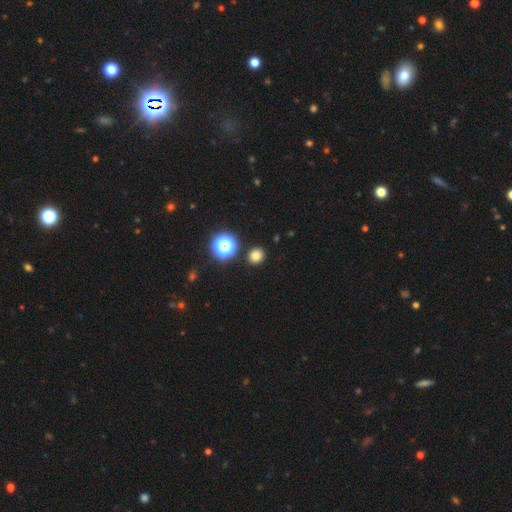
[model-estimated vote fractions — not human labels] A smooth galaxy with no disk features (77%) that is round (81%).

Vote fractions:
- Smooth or featured? smooth: 77% / star or artifact: 17% / featured or disk: 6%
- How rounded? round: 81% / in between: 18% / cigar-shaped: 1%
- Merging? none: 89% / minor disturbance: 6% / merger: 3% / major disturbance: 2%